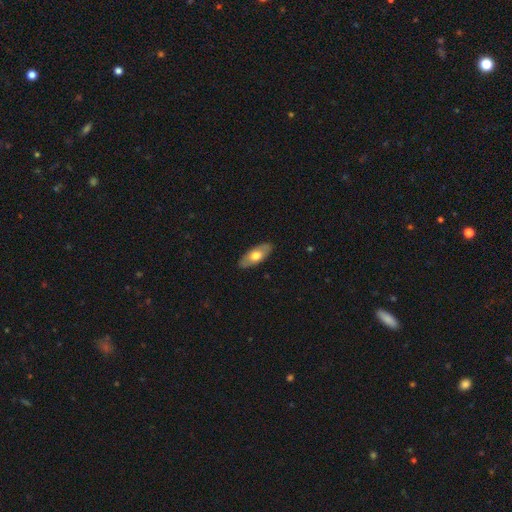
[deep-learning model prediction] Smooth or featured: smooth — 61% (featured or disk — 34%)
How rounded: in between — 84% (cigar-shaped — 14%)
Merging: none — 87% (minor disturbance — 10%)